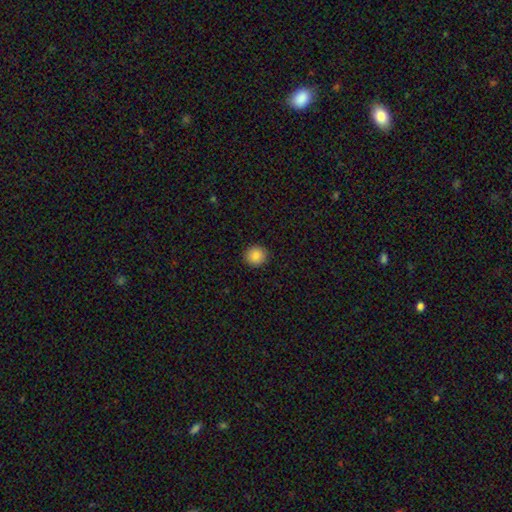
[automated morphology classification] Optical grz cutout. It shows a smooth galaxy with no disk features (87%) that is round (90%). Merging: none (92%).